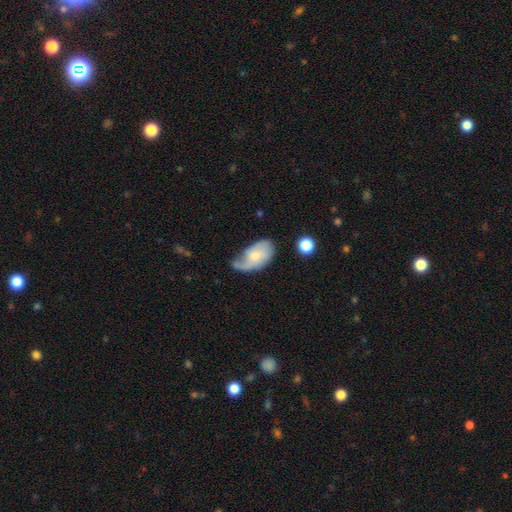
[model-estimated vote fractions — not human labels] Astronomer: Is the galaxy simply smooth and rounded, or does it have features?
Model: featured or disk — 51% (runner-up: smooth, 43%).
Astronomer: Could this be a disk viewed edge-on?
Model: no — 95%.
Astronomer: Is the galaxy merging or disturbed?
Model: minor disturbance — 36% (runner-up: none, 33%).